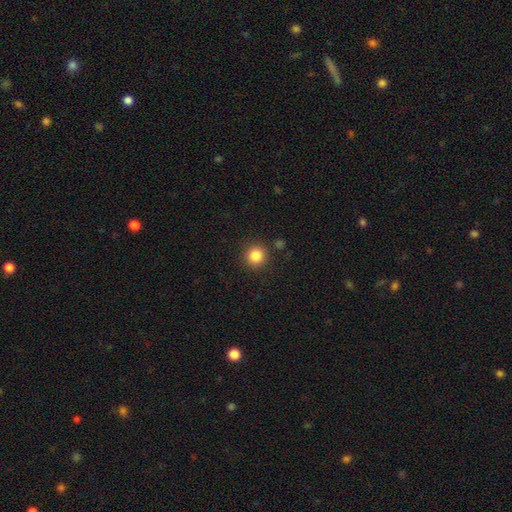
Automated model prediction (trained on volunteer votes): Smooth or featured? Predicted: smooth (p=0.85). How rounded? Predicted: round (p=0.93). Merging? Predicted: none (p=0.89).